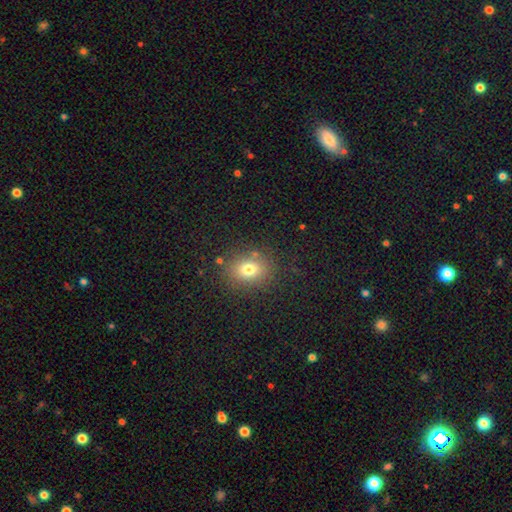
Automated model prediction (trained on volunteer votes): A smooth galaxy with no disk features (70%) that is round (57%).

Vote fractions:
- Smooth or featured? smooth: 70% / star or artifact: 20% / featured or disk: 9%
- How rounded? round: 57% / in between: 42% / cigar-shaped: 1%
- Merging? none: 87% / minor disturbance: 8% / major disturbance: 3% / merger: 2%